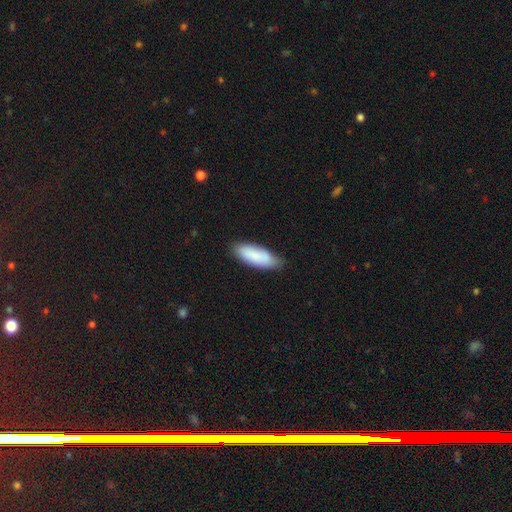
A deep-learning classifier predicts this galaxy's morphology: Q: Smooth or featured?
A: smooth (84%); runner-up: featured or disk (10%)
Q: How rounded?
A: in between (72%); runner-up: cigar-shaped (26%)
Q: Merging?
A: none (75%); runner-up: minor disturbance (20%)